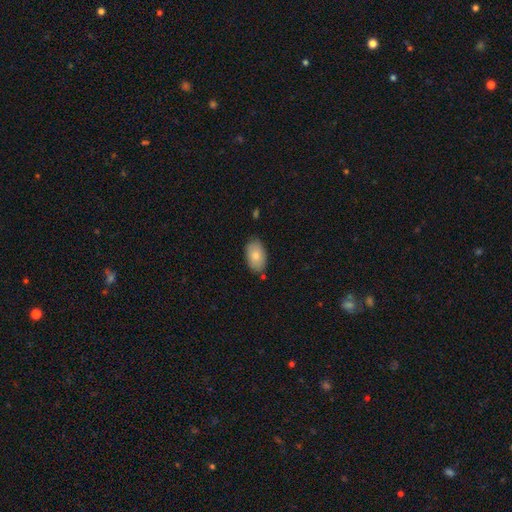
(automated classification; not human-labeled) This appears to be a smooth galaxy with no disk features (80%) that is in between round and cigar-shaped (92%). Merging: none (79%).